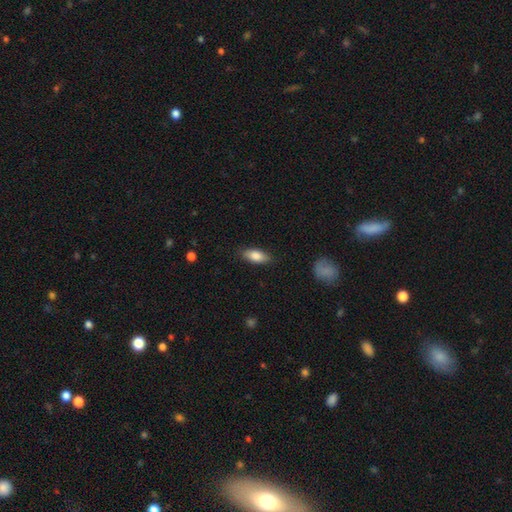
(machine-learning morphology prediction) This appears to be a smooth galaxy with no disk features (83%) that is in between round and cigar-shaped (81%). Merging: none (85%).